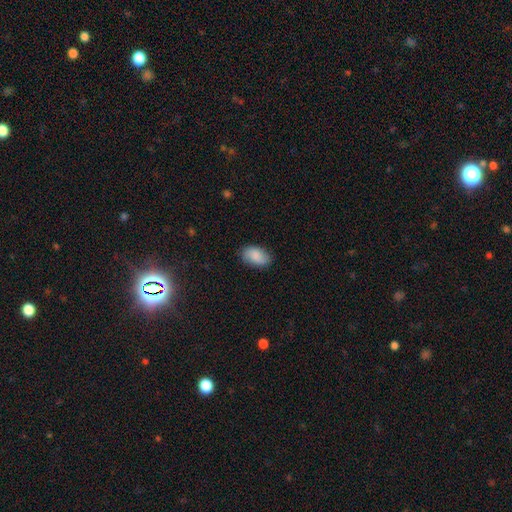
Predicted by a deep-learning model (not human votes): The model was most divided on "merging": none: 82%, minor disturbance: 14%, major disturbance: 3%, merger: 1%. More confident: how rounded — in between (93%); smooth or featured — smooth (85%).